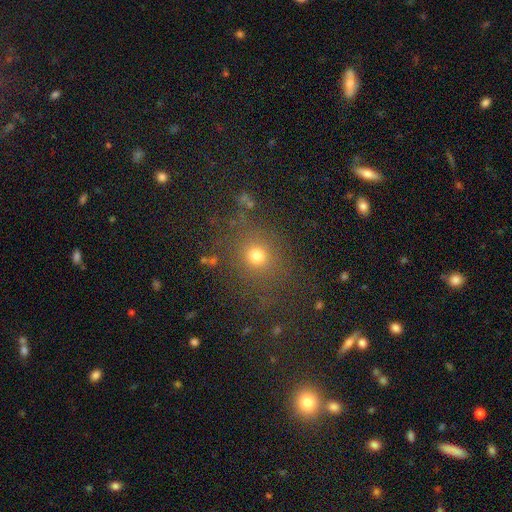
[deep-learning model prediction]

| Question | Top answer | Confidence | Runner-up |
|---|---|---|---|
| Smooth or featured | smooth | 70% | star or artifact (22%) |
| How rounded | round | 81% | in between (18%) |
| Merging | none | 82% | minor disturbance (10%) |